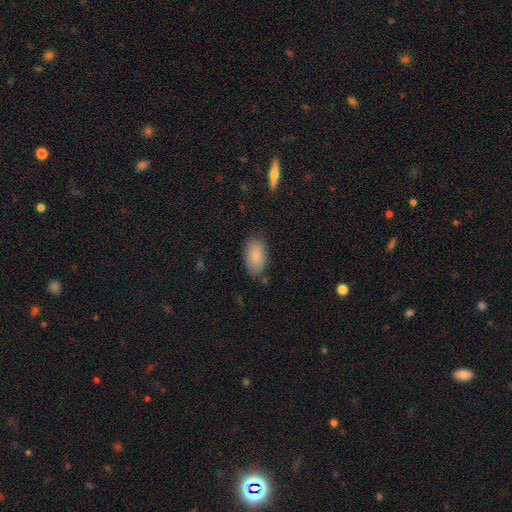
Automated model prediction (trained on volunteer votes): smooth-or-featured: smooth: 84% | featured or disk: 9% | star or artifact: 7%
  how-rounded: in between: 94% | round: 4% | cigar-shaped: 2%
  merging: none: 77% | minor disturbance: 17% | major disturbance: 4% | merger: 2%